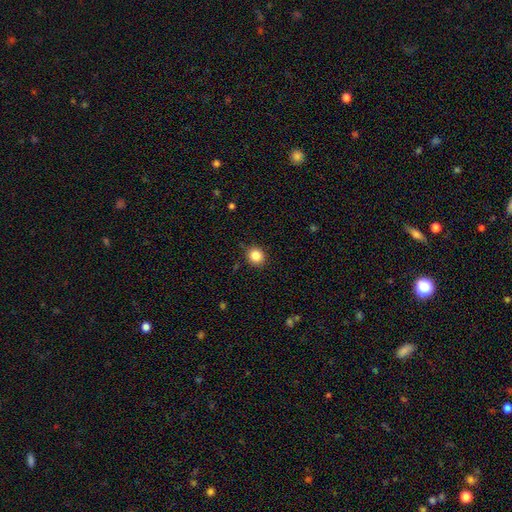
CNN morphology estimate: Smooth or featured? smooth (85%)
How rounded? round (85%)
Merging? none (86%)